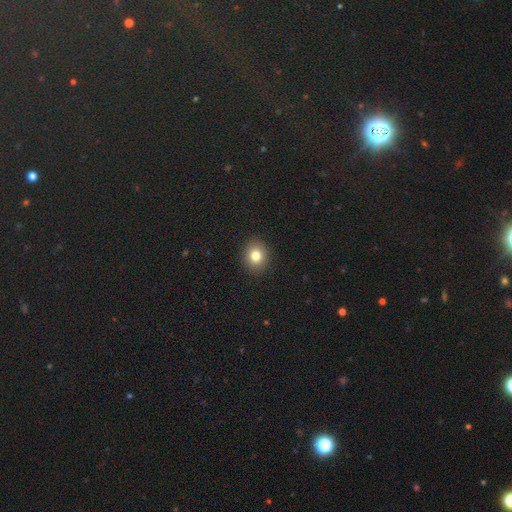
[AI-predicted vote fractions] smooth 81%, star or artifact 12%, featured or disk 8%. Down the decision tree: how rounded — round (74%); merging — none (91%).